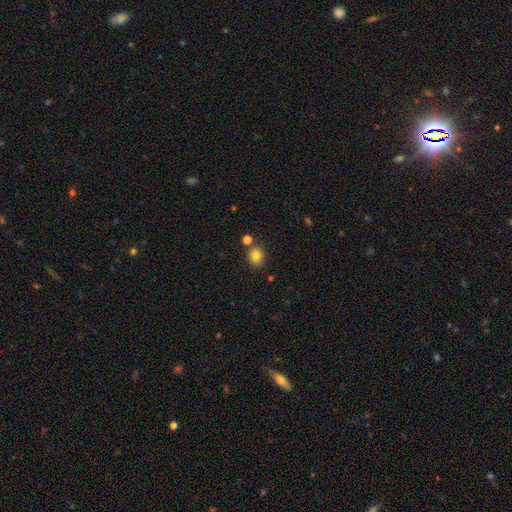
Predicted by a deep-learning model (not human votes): This appears to be a smooth galaxy with no disk features (82%) that is round (73%). Merging: none (78%).